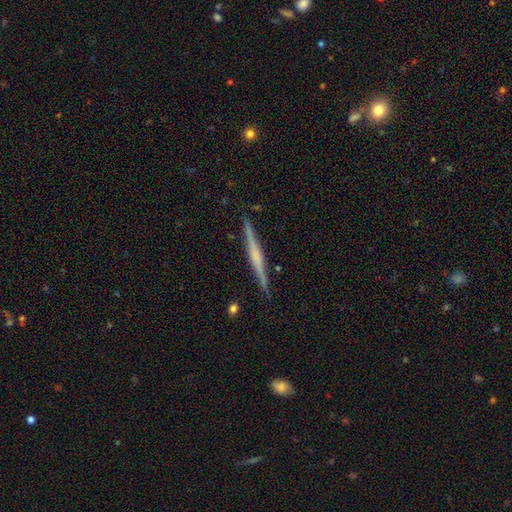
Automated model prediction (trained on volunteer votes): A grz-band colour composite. It shows a featured or disk galaxy (71%) viewed edge-on (98%) with a rounded central bulge (40%). Merging: none (91%).